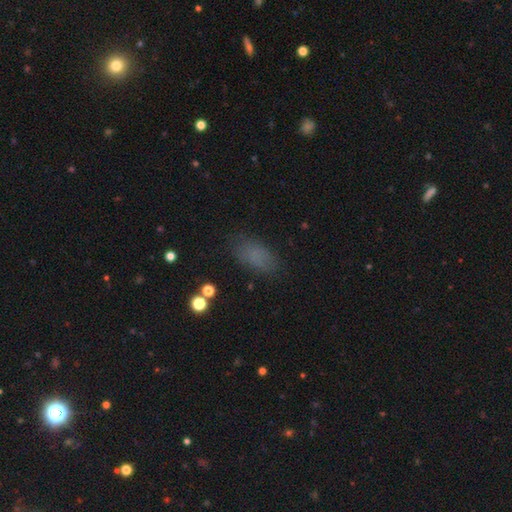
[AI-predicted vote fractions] A smooth galaxy with no disk features (76%) that is in between round and cigar-shaped (89%). Merging: none (78%).